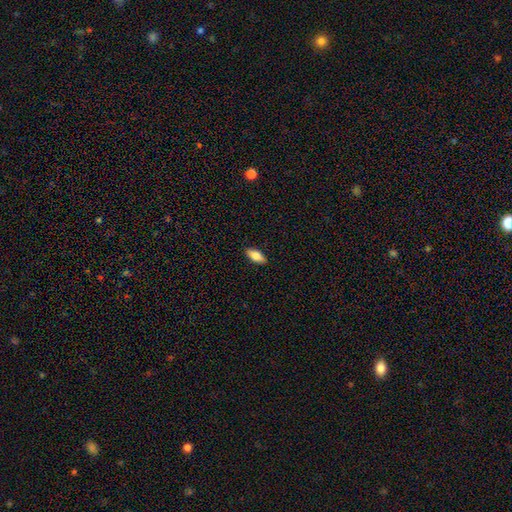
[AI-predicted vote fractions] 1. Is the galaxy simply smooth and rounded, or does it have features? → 76% smooth, 17% featured or disk, 6% star or artifact.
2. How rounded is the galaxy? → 80% in between, 18% cigar-shaped, 2% round.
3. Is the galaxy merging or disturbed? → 89% none, 8% minor disturbance, 2% major disturbance, 1% merger.